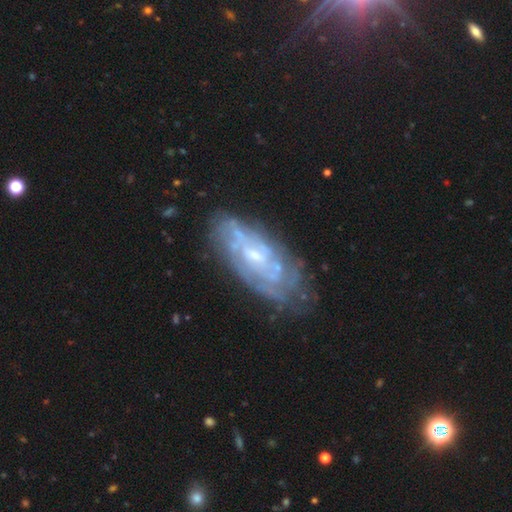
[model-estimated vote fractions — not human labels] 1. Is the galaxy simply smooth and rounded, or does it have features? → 79% featured or disk, 14% smooth, 7% star or artifact.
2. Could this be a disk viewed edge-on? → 91% no, 9% yes.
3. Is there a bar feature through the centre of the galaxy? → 54% no, 37% weak, 9% strong.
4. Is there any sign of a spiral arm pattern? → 81% yes, 19% no.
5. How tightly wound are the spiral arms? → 63% tight, 28% medium, 9% loose.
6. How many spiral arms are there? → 59% can't tell, 14% 2, 9% 3, 8% 4, 5% more than 4, 4% 1.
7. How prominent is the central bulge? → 62% small, 29% moderate, 6% none, 2% large, 1% dominant.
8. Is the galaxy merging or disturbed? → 68% none, 20% minor disturbance, 8% major disturbance, 3% merger.